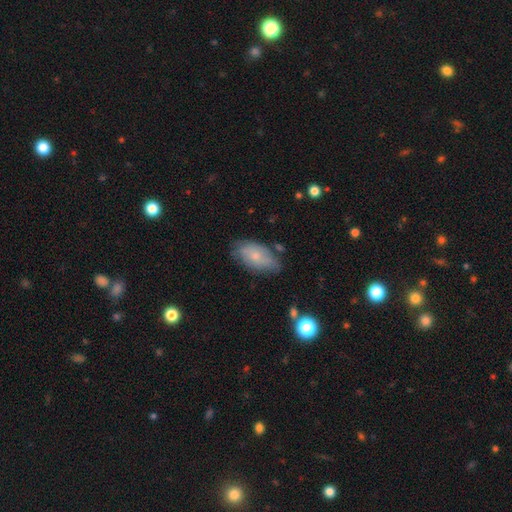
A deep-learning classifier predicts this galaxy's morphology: Smooth or featured? Predicted: smooth (p=0.65). How rounded? Predicted: in between (p=0.92). Merging? Predicted: none (p=0.66).